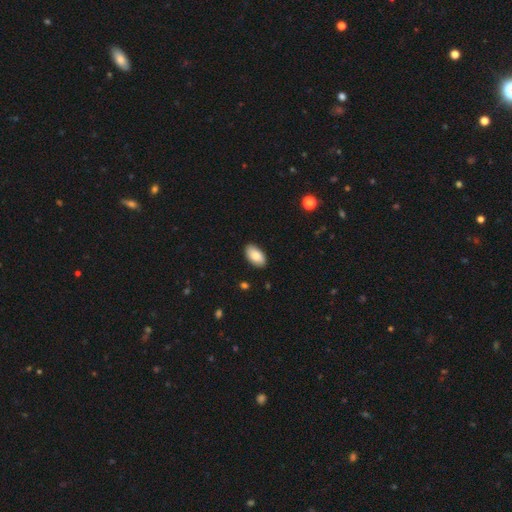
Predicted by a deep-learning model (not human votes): Smooth or featured? smooth (85%)
How rounded? in between (95%)
Merging? none (89%)